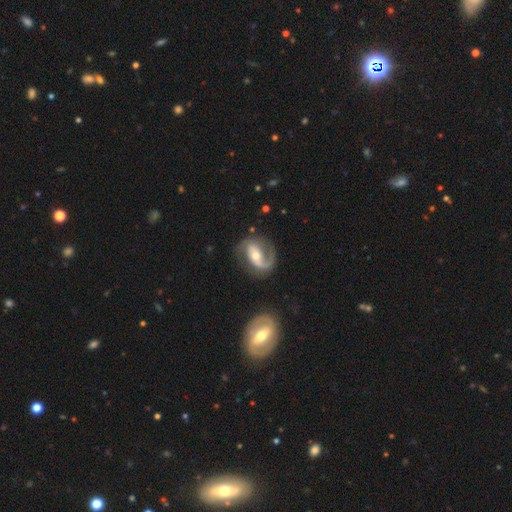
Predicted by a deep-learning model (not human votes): featured or disk 85%, smooth 10%, star or artifact 5%. Down the decision tree: edge-on disk — no (97%); bar — weak (35%); spiral arms — yes (95%); spiral arm count — 2 (68%); spiral winding — medium (48%); bulge size — moderate (58%); merging — none (68%).